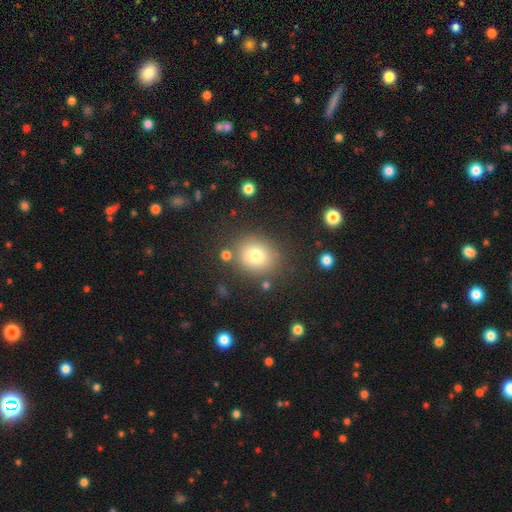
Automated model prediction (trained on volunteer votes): Smooth or featured?
  - smooth: 77% *
  - star or artifact: 12%
  - featured or disk: 11%
How rounded?
  - round: 74% *
  - in between: 25%
  - cigar-shaped: 1%
Merging?
  - none: 79% *
  - minor disturbance: 11%
  - merger: 5%
  - major disturbance: 5%